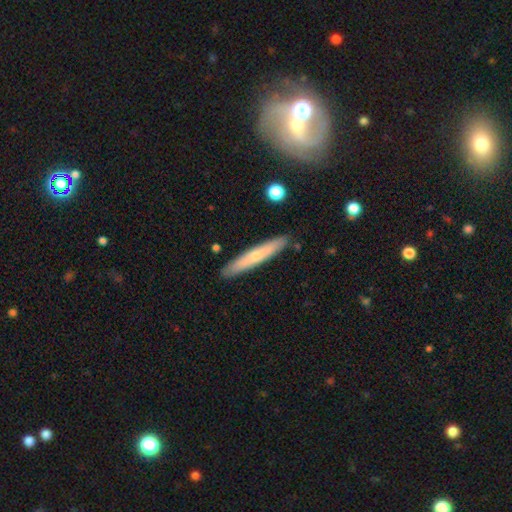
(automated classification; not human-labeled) This is possibly a smooth galaxy (55%). How rounded: clearly cigar-shaped (94%). Merging: clearly none (89%).